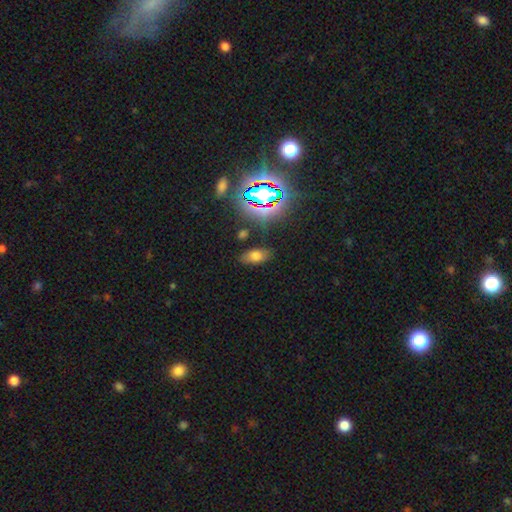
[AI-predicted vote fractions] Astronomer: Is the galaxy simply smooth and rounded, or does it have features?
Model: smooth — 64%.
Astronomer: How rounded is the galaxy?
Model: in between — 89%.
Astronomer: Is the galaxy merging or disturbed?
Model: none — 79%.